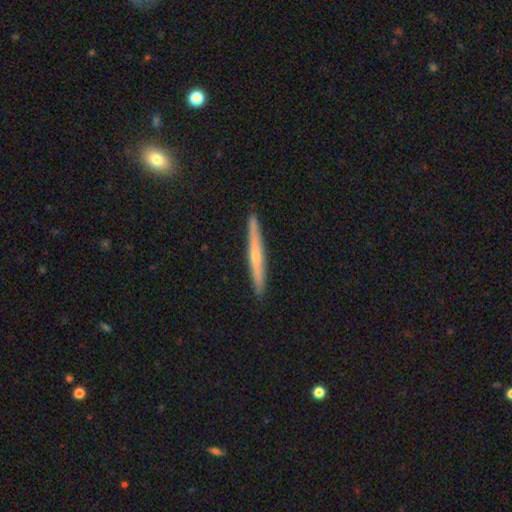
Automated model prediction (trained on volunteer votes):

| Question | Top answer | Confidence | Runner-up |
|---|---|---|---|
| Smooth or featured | featured or disk | 57% | smooth (37%) |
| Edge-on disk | yes | 96% | no (4%) |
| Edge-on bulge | rounded | 61% | none (35%) |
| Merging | none | 91% | minor disturbance (6%) |